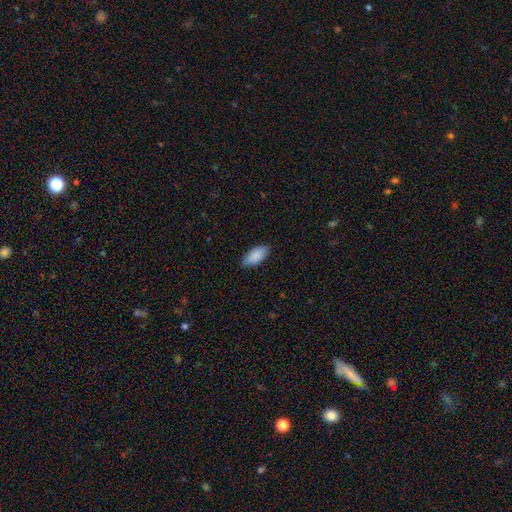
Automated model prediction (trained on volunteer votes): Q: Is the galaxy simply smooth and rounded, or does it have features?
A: smooth — 88%.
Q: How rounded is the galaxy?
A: in between — 93%.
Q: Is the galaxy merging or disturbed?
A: none — 85%.